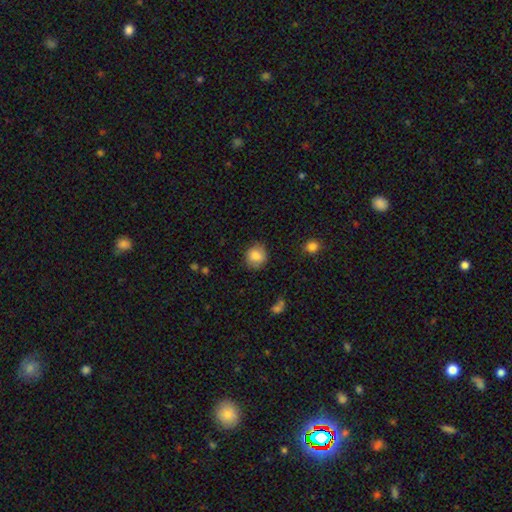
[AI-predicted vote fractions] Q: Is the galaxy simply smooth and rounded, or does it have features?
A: smooth — 82%.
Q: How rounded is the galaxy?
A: round — 82%.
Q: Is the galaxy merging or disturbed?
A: none — 80%.